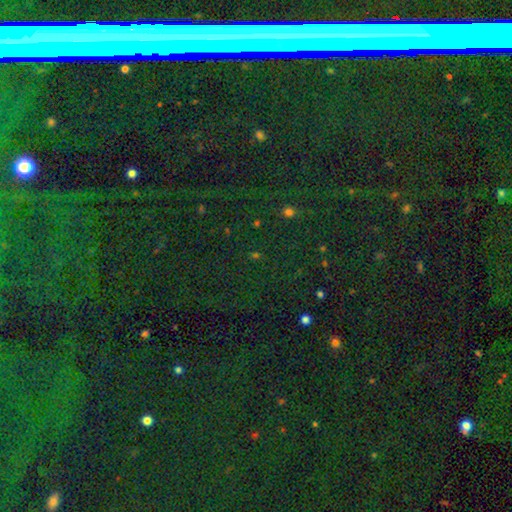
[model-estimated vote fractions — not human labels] This appears to be a star or artifact, not a galaxy (67%).